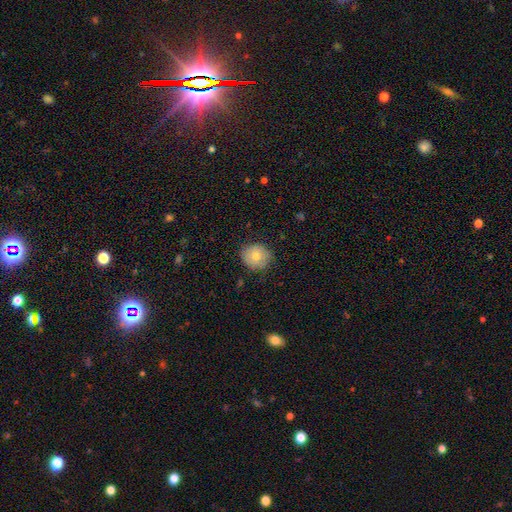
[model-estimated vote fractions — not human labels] Morphology: type=smooth (74%); roundness=round (84%); merging=none (82%).